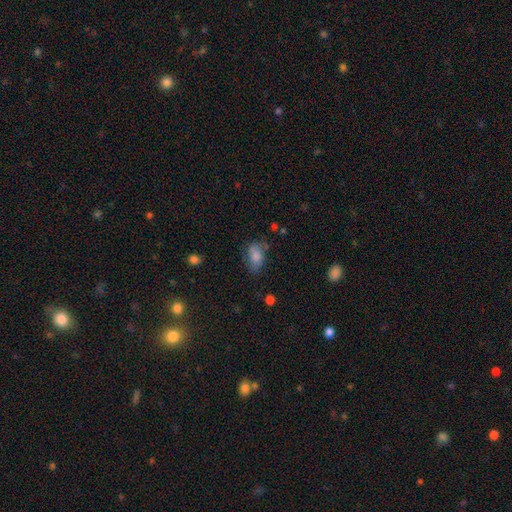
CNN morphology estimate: Smooth or featured?
  - smooth: 78% *
  - featured or disk: 13%
  - star or artifact: 9%
How rounded?
  - in between: 88% *
  - round: 10%
  - cigar-shaped: 2%
Merging?
  - none: 56% *
  - minor disturbance: 29%
  - major disturbance: 12%
  - merger: 4%